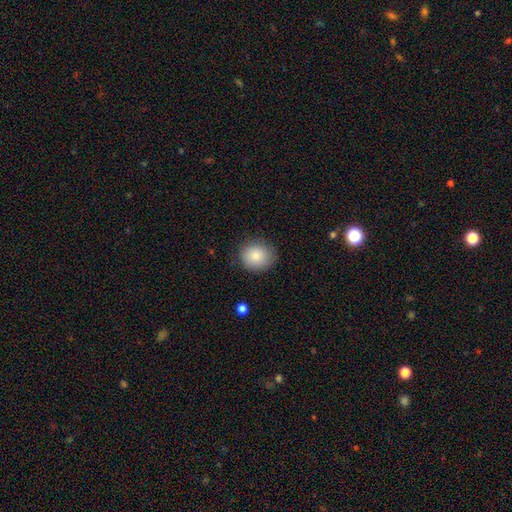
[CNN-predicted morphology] A smooth galaxy with no disk features (86%) that is round (77%).

Vote fractions:
- Smooth or featured? smooth: 86% / star or artifact: 8% / featured or disk: 6%
- How rounded? round: 77% / in between: 22% / cigar-shaped: 1%
- Merging? none: 85% / minor disturbance: 11% / major disturbance: 3% / merger: 1%